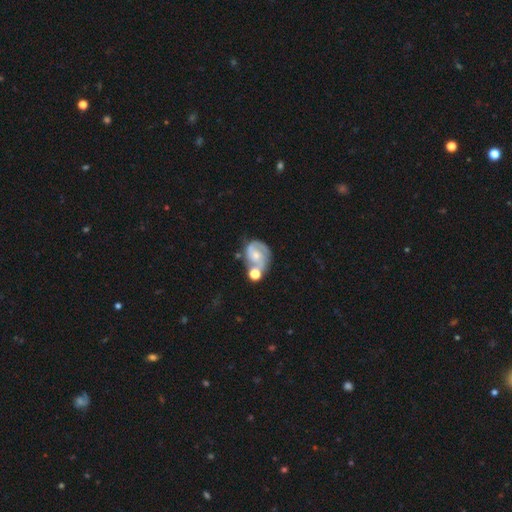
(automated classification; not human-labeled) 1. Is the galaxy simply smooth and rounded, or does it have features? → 69% featured or disk, 23% smooth, 8% star or artifact.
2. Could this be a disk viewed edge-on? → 98% no, 2% yes.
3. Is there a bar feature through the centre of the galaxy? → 69% no, 26% weak, 5% strong.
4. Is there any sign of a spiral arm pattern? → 83% yes, 17% no.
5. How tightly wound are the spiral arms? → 42% medium, 41% tight, 17% loose.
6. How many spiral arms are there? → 53% 2, 20% can't tell, 15% 1, 8% 3, 2% 4, 2% more than 4.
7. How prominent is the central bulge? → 54% small, 37% moderate, 5% none, 2% large, 1% dominant.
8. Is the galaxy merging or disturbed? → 36% none, 30% merger, 19% minor disturbance, 14% major disturbance.